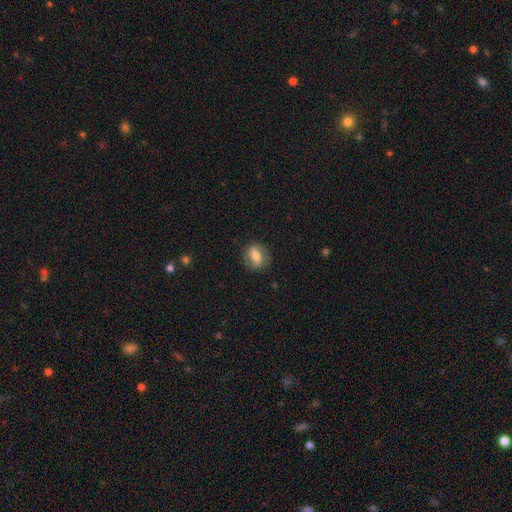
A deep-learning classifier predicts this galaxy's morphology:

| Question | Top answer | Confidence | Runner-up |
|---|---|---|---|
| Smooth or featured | featured or disk | 48% | smooth (45%) |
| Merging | none | 79% | minor disturbance (15%) |